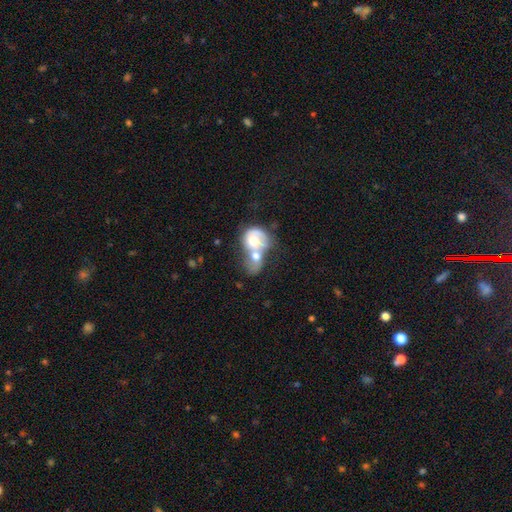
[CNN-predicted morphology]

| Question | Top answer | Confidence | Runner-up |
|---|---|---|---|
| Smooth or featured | smooth | 50% | featured or disk (43%) |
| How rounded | round | 52% | in between (47%) |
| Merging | merger | 83% | major disturbance (7%) |